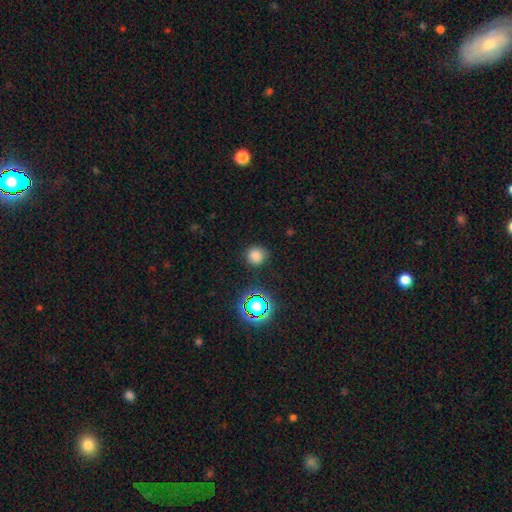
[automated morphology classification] Q: Smooth or featured?
A: smooth (76%); runner-up: star or artifact (19%)
Q: How rounded?
A: round (92%); runner-up: in between (7%)
Q: Merging?
A: none (85%); runner-up: minor disturbance (9%)